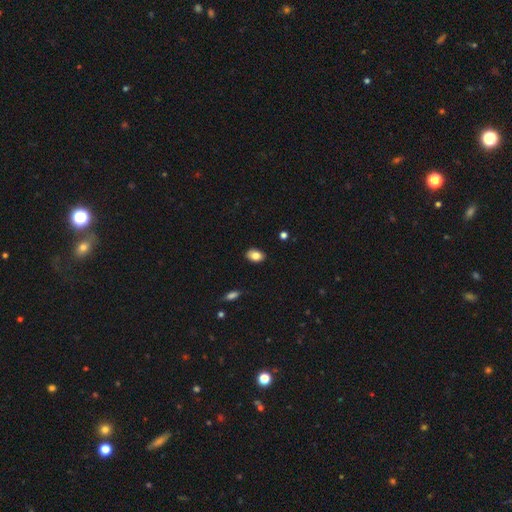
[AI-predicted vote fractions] Smooth or featured?
  - smooth: 82% *
  - featured or disk: 9%
  - star or artifact: 8%
How rounded?
  - in between: 83% *
  - round: 16%
  - cigar-shaped: 1%
Merging?
  - none: 87% *
  - minor disturbance: 10%
  - major disturbance: 2%
  - merger: 1%